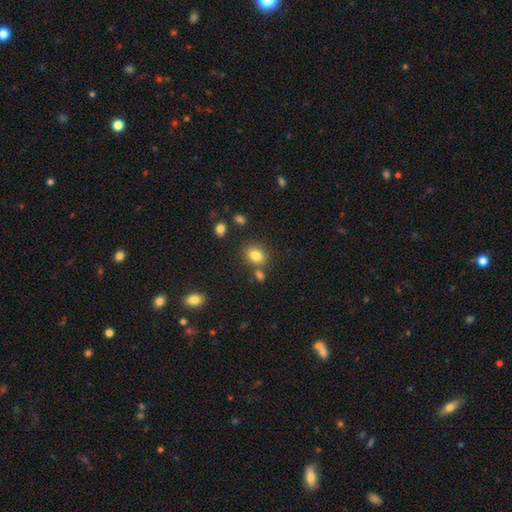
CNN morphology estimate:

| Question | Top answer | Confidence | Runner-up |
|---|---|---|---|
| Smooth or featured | smooth | 82% | star or artifact (11%) |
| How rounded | in between | 52% | round (47%) |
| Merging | none | 70% | merger (14%) |